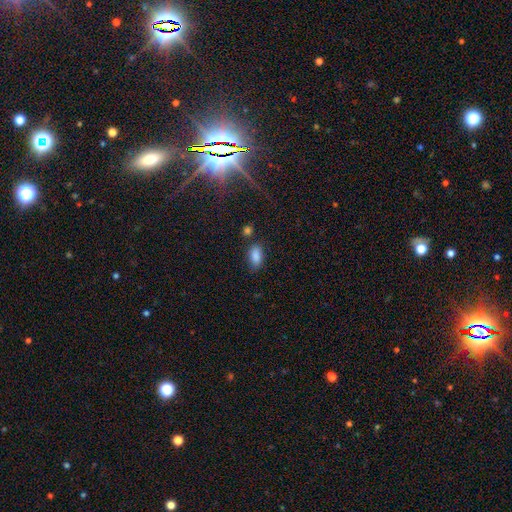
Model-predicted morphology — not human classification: A smooth galaxy with no disk features (86%) that is in between round and cigar-shaped (90%).

Vote fractions:
- Smooth or featured? smooth: 86% / star or artifact: 9% / featured or disk: 5%
- How rounded? in between: 90% / round: 6% / cigar-shaped: 4%
- Merging? none: 71% / minor disturbance: 18% / merger: 7% / major disturbance: 4%